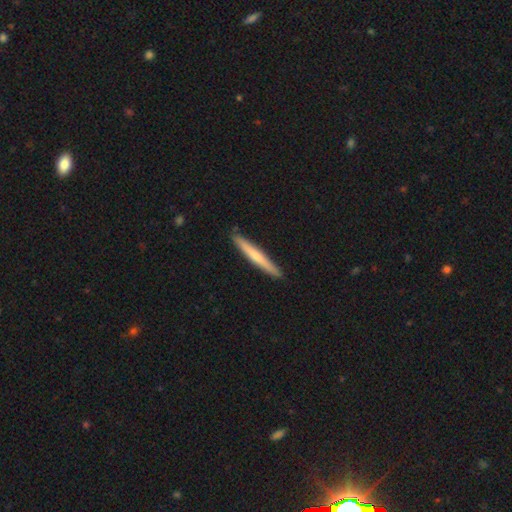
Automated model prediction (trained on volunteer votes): The model was most divided on "smooth or featured": smooth: 56%, featured or disk: 39%, star or artifact: 5%. More confident: how rounded — cigar-shaped (96%); merging — none (91%).